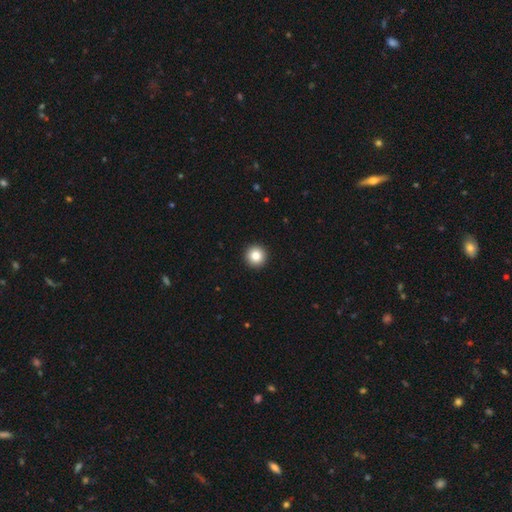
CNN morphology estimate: This appears to be a smooth galaxy with no disk features (85%) that is round (96%). Merging: none (94%).